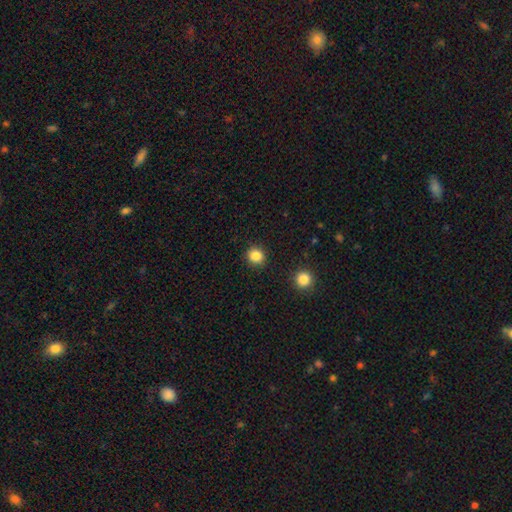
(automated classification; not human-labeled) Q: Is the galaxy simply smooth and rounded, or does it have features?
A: smooth — 86%.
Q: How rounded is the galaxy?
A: round — 88%.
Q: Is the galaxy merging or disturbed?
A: none — 90%.